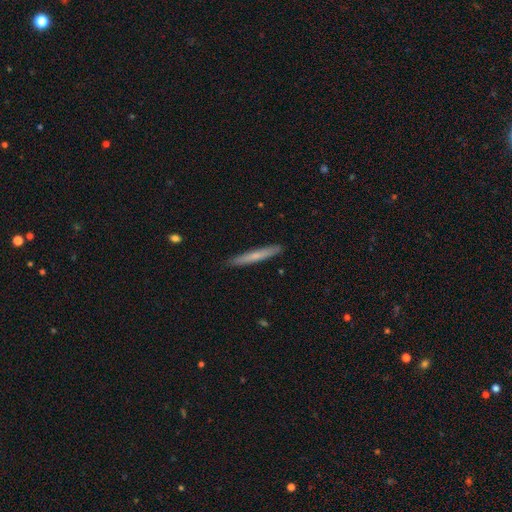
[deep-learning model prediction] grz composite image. It shows a smooth galaxy with no disk features (64%) that is cigar-shaped (96%). Merging: none (90%).